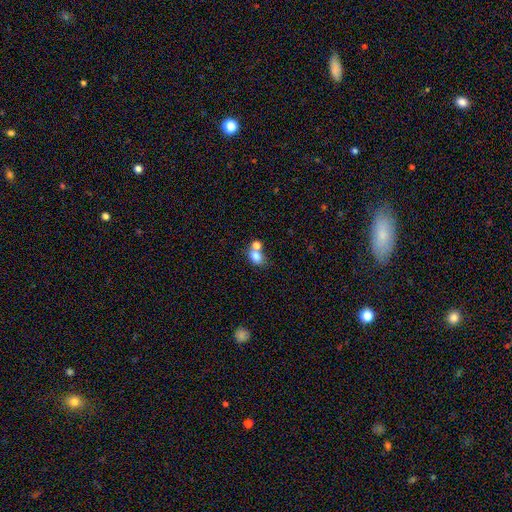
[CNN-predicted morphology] A smooth galaxy with no disk features (77%) that is in between round and cigar-shaped (57%). Merging: merger (47%).